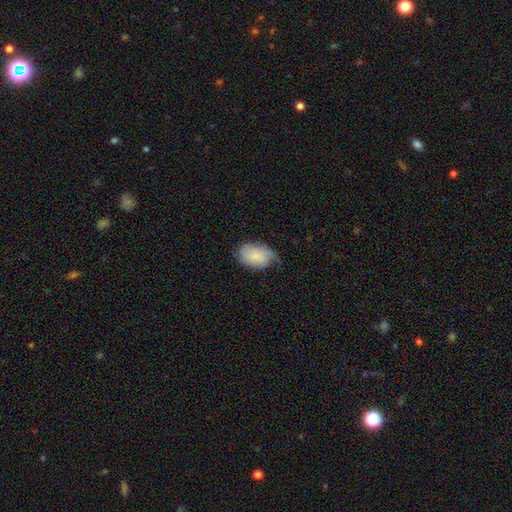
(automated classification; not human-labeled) A smooth galaxy with no disk features (65%) that is in between round and cigar-shaped (88%). Merging: none (42%).